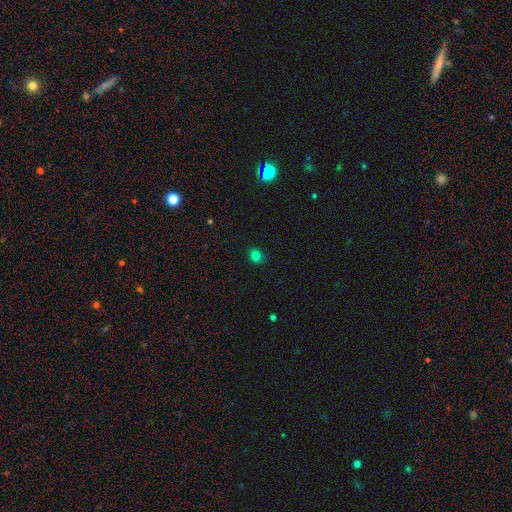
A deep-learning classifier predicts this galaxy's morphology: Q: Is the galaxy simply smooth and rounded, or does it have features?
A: smooth — 80%.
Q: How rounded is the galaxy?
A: round — 69%.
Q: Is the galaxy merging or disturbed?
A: none — 88%.